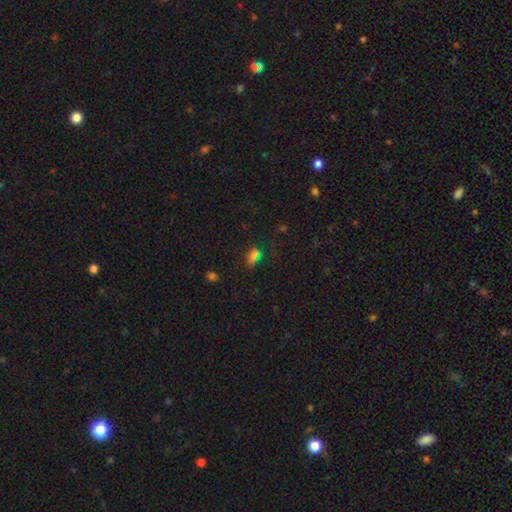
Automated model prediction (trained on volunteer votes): smooth_or_featured: smooth (p=0.56) [alt: star or artifact p=0.36]
how_rounded: in between (p=0.73) [alt: round p=0.17]
merging: none (p=0.73) [alt: minor disturbance p=0.16]